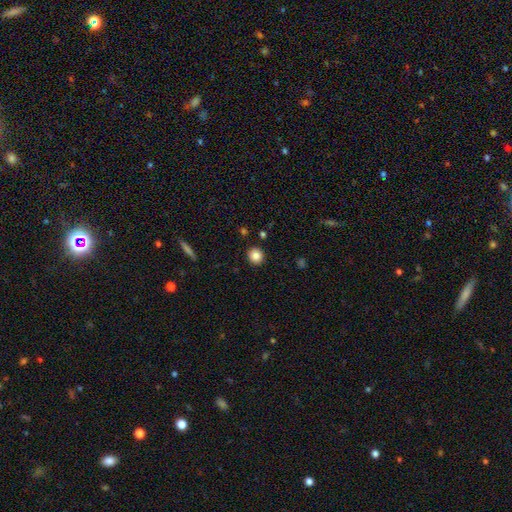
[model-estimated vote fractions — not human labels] A smooth galaxy with no disk features (84%) that is round (91%).

Vote fractions:
- Smooth or featured? smooth: 84% / star or artifact: 10% / featured or disk: 6%
- How rounded? round: 91% / in between: 8% / cigar-shaped: 1%
- Merging? none: 91% / minor disturbance: 5% / major disturbance: 2% / merger: 2%